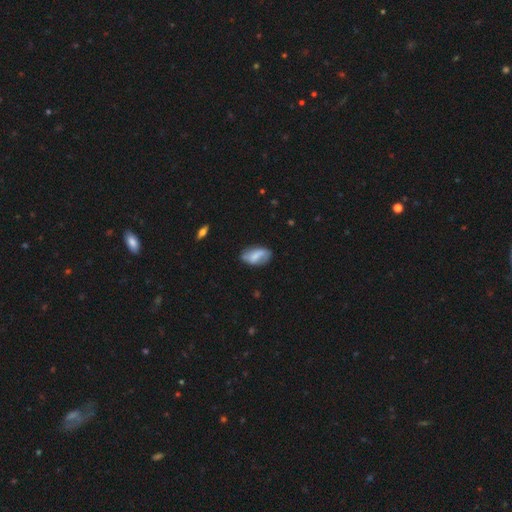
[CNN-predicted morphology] The model was most divided on "smooth or featured": smooth: 56%, featured or disk: 37%, star or artifact: 8%. More confident: how rounded — in between (90%); merging — none (66%).